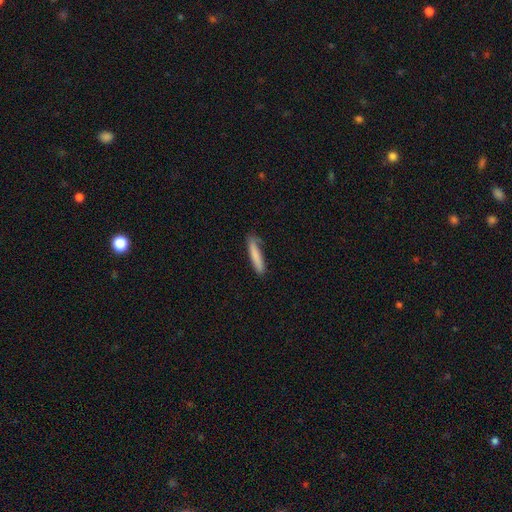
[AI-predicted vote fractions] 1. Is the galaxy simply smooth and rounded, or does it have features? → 81% smooth, 13% featured or disk, 6% star or artifact.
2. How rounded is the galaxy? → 90% cigar-shaped, 9% in between, 1% round.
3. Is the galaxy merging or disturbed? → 74% none, 19% minor disturbance, 4% major disturbance, 2% merger.